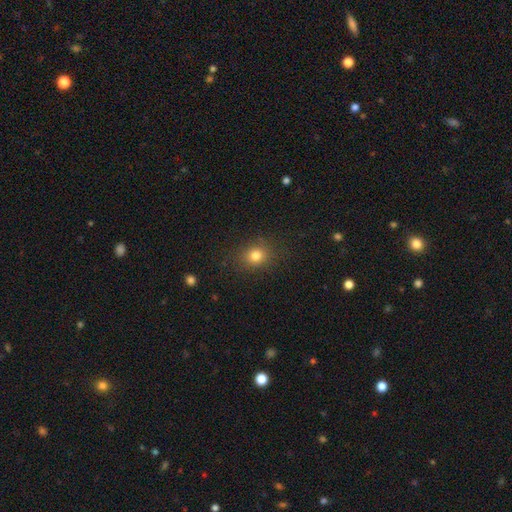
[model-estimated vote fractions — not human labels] Smooth or featured? Predicted: smooth (p=0.80). How rounded? Predicted: round (p=0.66). Merging? Predicted: none (p=0.84).